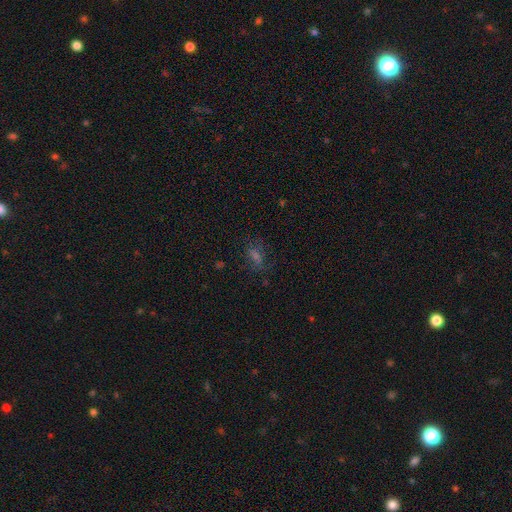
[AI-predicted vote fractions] smooth-or-featured: smooth: 41% | star or artifact: 36% | featured or disk: 23%
  merging: none: 71% | minor disturbance: 16% | major disturbance: 11% | merger: 2%